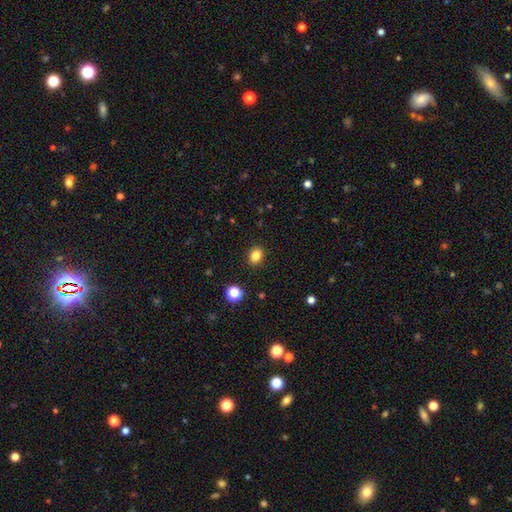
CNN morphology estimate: A smooth galaxy with no disk features (82%) that is round (55%).

Vote fractions:
- Smooth or featured? smooth: 82% / star or artifact: 13% / featured or disk: 5%
- How rounded? round: 55% / in between: 44% / cigar-shaped: 1%
- Merging? none: 89% / minor disturbance: 7% / major disturbance: 2% / merger: 1%